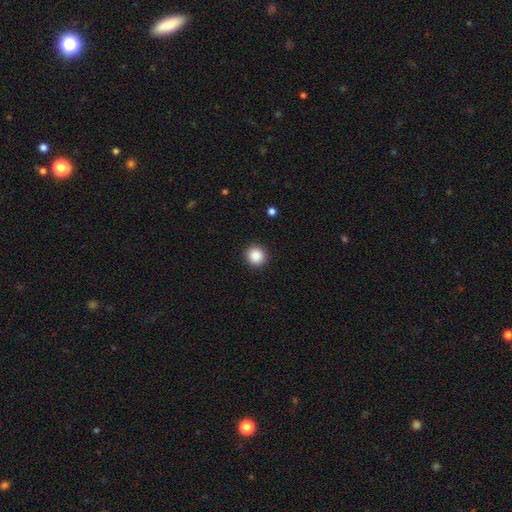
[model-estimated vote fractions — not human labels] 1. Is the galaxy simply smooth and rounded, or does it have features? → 88% smooth, 9% star or artifact, 3% featured or disk.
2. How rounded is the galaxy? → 93% round, 6% in between, 1% cigar-shaped.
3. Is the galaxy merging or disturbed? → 92% none, 5% minor disturbance, 2% major disturbance, 1% merger.